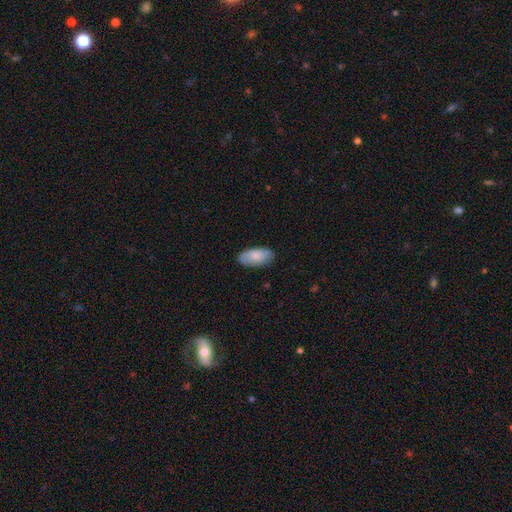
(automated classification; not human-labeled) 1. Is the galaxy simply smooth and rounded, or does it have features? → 82% smooth, 13% featured or disk, 6% star or artifact.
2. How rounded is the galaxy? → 93% in between, 5% cigar-shaped, 2% round.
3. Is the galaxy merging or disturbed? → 82% none, 14% minor disturbance, 3% major disturbance, 1% merger.